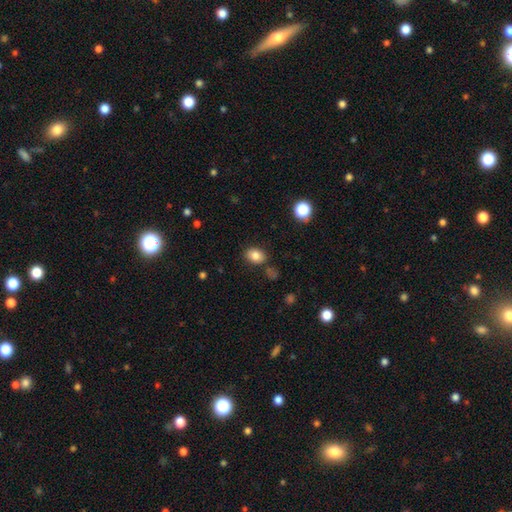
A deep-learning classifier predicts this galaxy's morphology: Smooth or featured?
  - smooth: 82% *
  - star or artifact: 10%
  - featured or disk: 7%
How rounded?
  - in between: 68% *
  - round: 31%
  - cigar-shaped: 1%
Merging?
  - none: 81% *
  - minor disturbance: 12%
  - merger: 4%
  - major disturbance: 3%